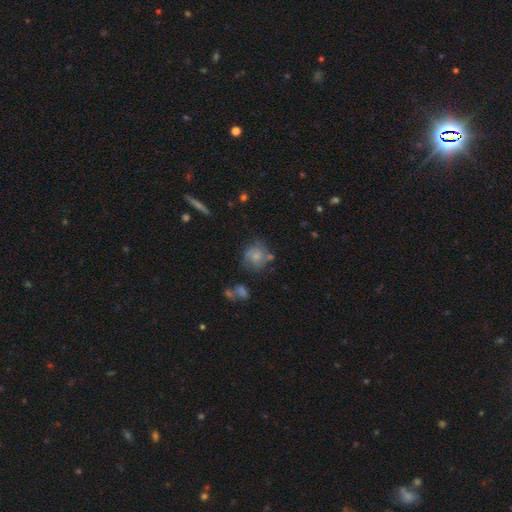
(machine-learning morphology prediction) This is possibly a smooth galaxy (58%). How rounded: likely round (77%). Merging: possibly none (52%).